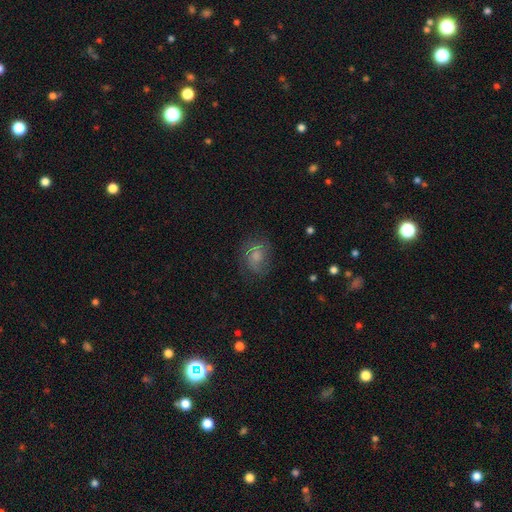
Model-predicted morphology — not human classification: Q: Smooth or featured?
A: smooth (53%); runner-up: featured or disk (34%)
Q: How rounded?
A: in between (52%); runner-up: round (47%)
Q: Merging?
A: none (65%); runner-up: minor disturbance (21%)